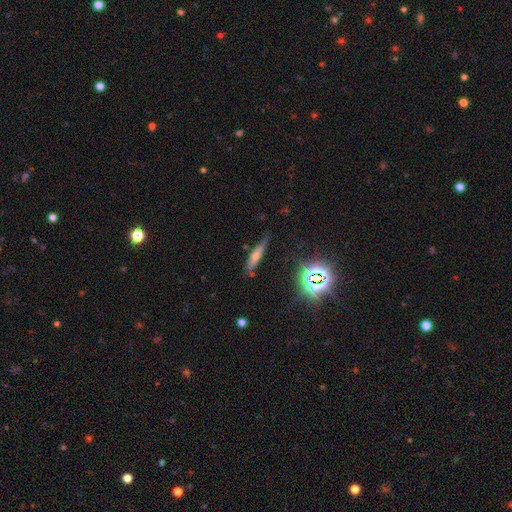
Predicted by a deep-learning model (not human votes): Q: Smooth or featured?
A: smooth (48%); runner-up: featured or disk (34%)
Q: Merging?
A: none (74%); runner-up: minor disturbance (19%)